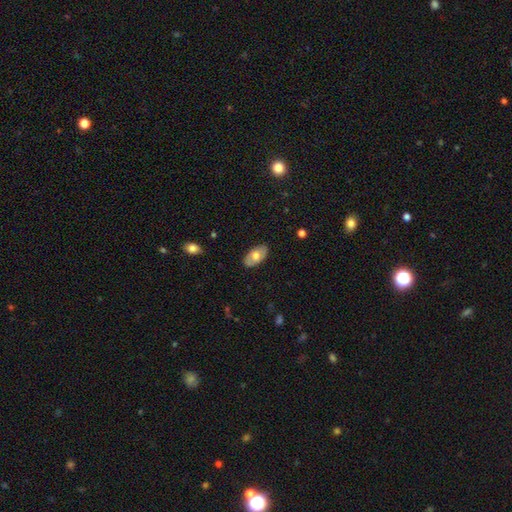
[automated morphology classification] Smooth or featured?
  - smooth: 62% *
  - featured or disk: 32%
  - star or artifact: 6%
How rounded?
  - in between: 94% *
  - round: 4%
  - cigar-shaped: 2%
Merging?
  - none: 84% *
  - minor disturbance: 12%
  - major disturbance: 2%
  - merger: 1%